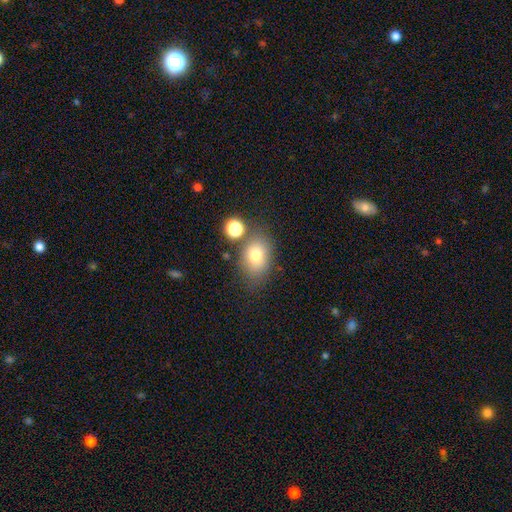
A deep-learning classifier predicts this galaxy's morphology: Smooth or featured: smooth — 76% (featured or disk — 12%)
How rounded: in between — 72% (round — 26%)
Merging: none — 69% (minor disturbance — 15%)